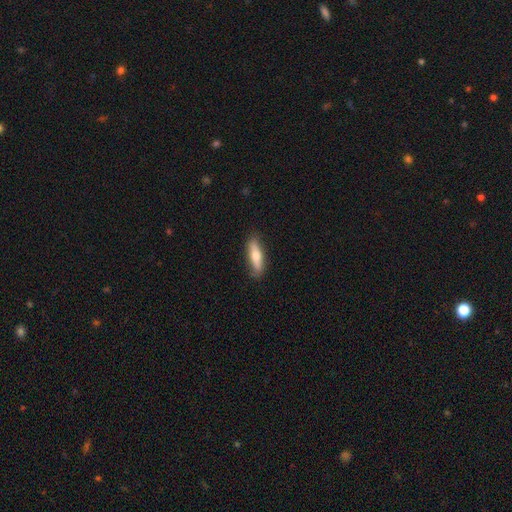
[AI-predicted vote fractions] A smooth galaxy with no disk features (62%) that is cigar-shaped (68%). Merging: none (85%).